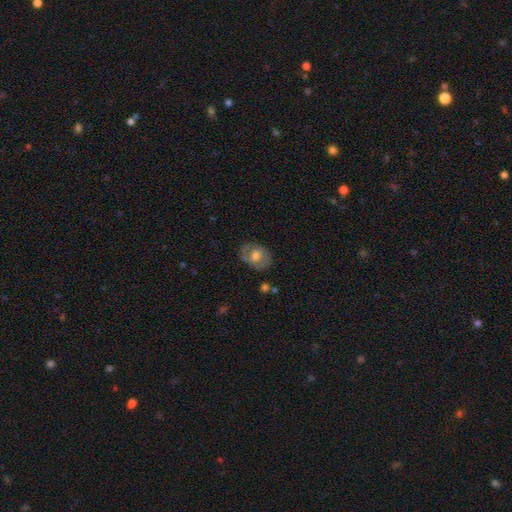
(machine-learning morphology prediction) smooth-or-featured: smooth: 52% | featured or disk: 41% | star or artifact: 7%
  how-rounded: in between: 59% | round: 40% | cigar-shaped: 1%
  merging: none: 73% | minor disturbance: 18% | major disturbance: 6% | merger: 2%